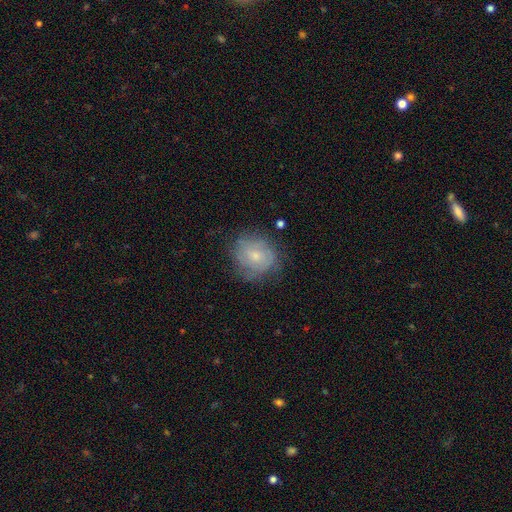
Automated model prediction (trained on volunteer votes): smooth-or-featured: smooth: 50% | featured or disk: 41% | star or artifact: 9%
  how-rounded: round: 74% | in between: 25% | cigar-shaped: 1%
  merging: none: 67% | minor disturbance: 23% | major disturbance: 8% | merger: 1%